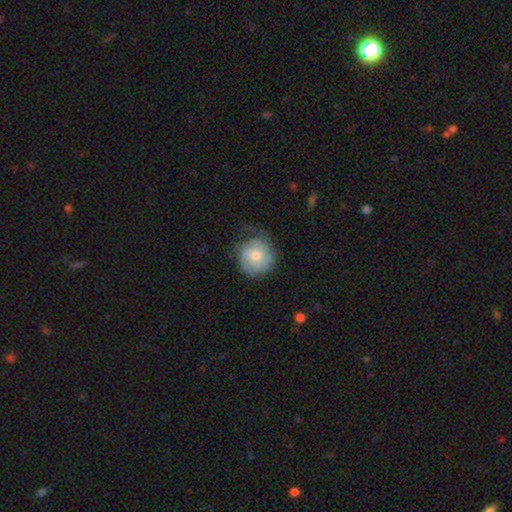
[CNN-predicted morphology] This appears to be a smooth galaxy with no disk features (47%). Merging: none (60%).